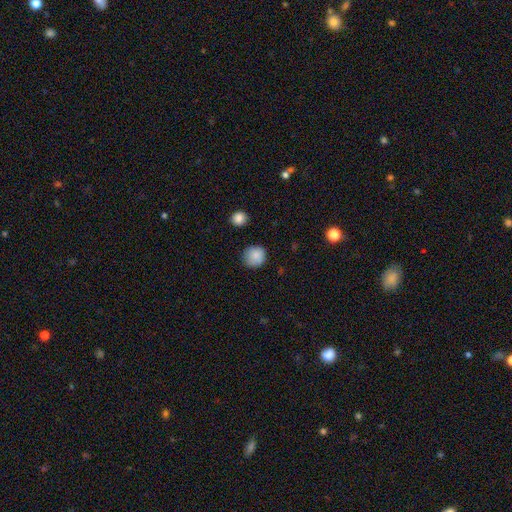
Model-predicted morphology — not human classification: The model was most divided on "merging": none: 80%, minor disturbance: 15%, major disturbance: 3%, merger: 2%. More confident: how rounded — round (91%); smooth or featured — smooth (86%).